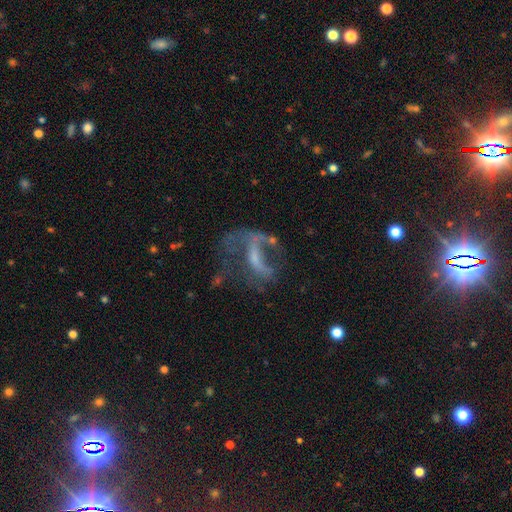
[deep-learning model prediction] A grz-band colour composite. It shows a featured or disk galaxy (67%) with no bar (39%), spiral arms (53%) and a small central bulge (42%). Merging: major disturbance (43%).